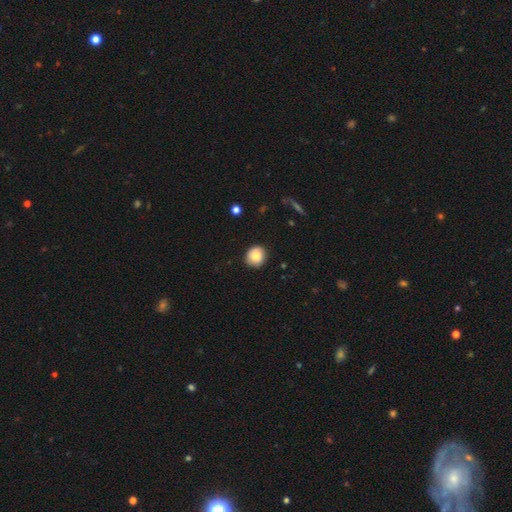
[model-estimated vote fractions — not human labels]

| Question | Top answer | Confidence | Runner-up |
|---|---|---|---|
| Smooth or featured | smooth | 84% | star or artifact (8%) |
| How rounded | round | 89% | in between (10%) |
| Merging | none | 88% | minor disturbance (9%) |